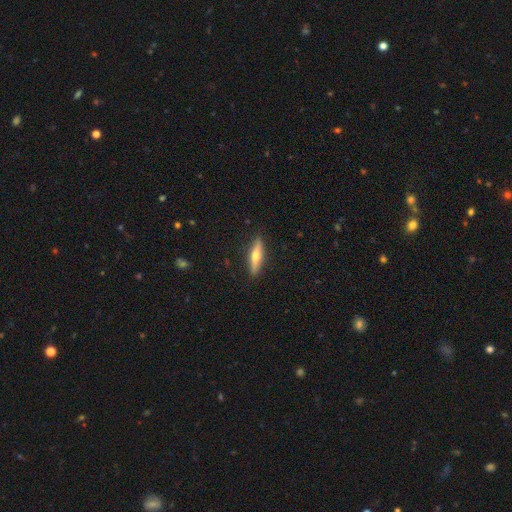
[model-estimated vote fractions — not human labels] Smooth or featured?
  - featured or disk: 51% *
  - smooth: 43%
  - star or artifact: 6%
Edge-on disk?
  - yes: 93% *
  - no: 7%
Merging?
  - none: 89% *
  - minor disturbance: 8%
  - major disturbance: 2%
  - merger: 1%